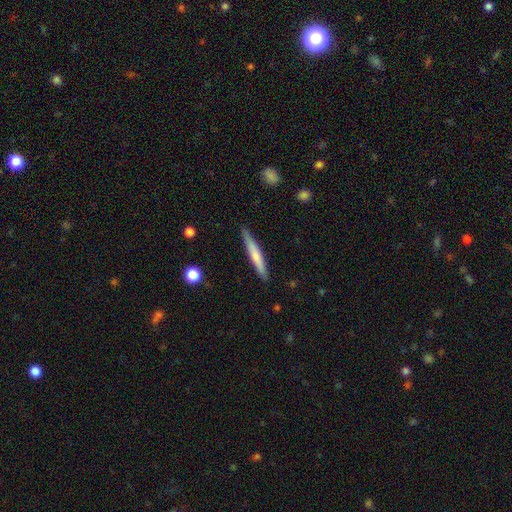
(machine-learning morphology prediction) Smooth or featured: smooth — 61% (featured or disk — 34%)
How rounded: cigar-shaped — 95% (in between — 4%)
Merging: none — 87% (minor disturbance — 10%)